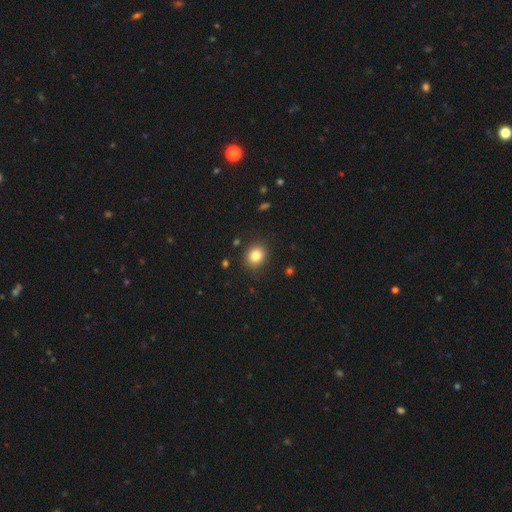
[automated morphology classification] Q: Smooth or featured?
A: smooth (83%); runner-up: star or artifact (11%)
Q: How rounded?
A: round (77%); runner-up: in between (22%)
Q: Merging?
A: none (88%); runner-up: minor disturbance (8%)